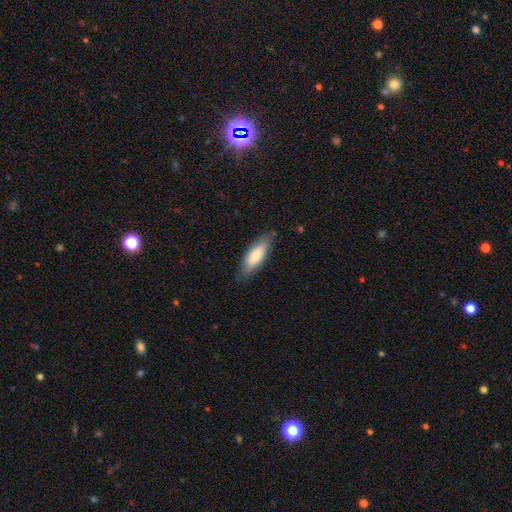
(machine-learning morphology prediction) Smooth or featured? Predicted: smooth (p=0.76). How rounded? Predicted: in between (p=0.64). Merging? Predicted: none (p=0.81).